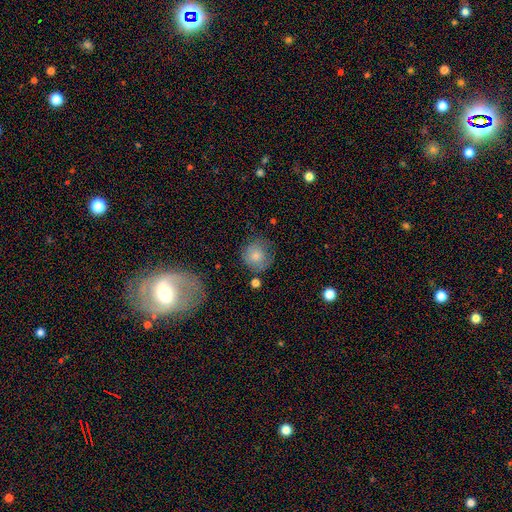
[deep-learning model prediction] The model was most divided on "merging": none: 65%, minor disturbance: 22%, major disturbance: 8%, merger: 5%. More confident: how rounded — round (89%); smooth or featured — smooth (80%).